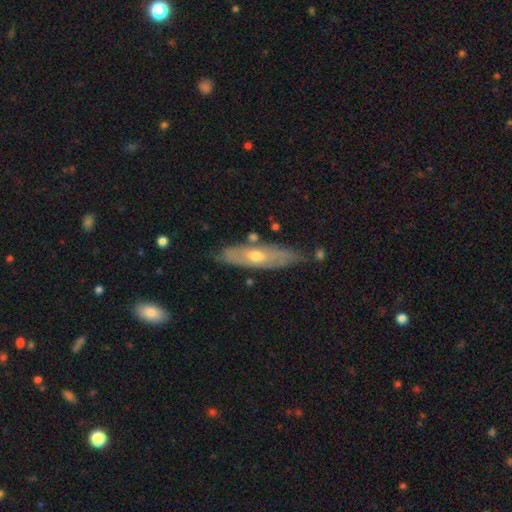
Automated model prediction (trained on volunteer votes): Q: Smooth or featured?
A: featured or disk (59%); runner-up: smooth (31%)
Q: Edge-on disk?
A: yes (62%); runner-up: no (38%)
Q: Merging?
A: none (81%); runner-up: minor disturbance (13%)